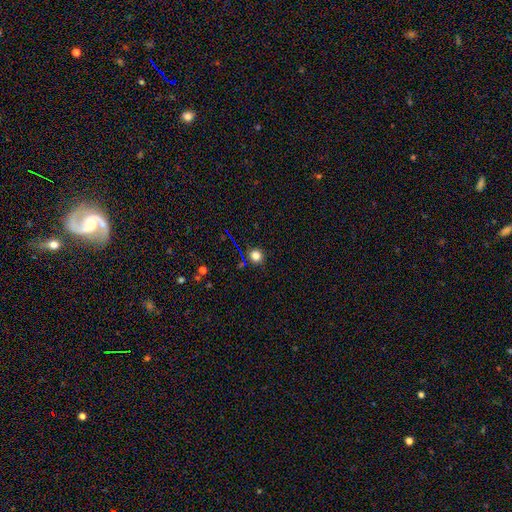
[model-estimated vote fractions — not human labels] smooth_or_featured: smooth (p=0.76) [alt: star or artifact p=0.17]
how_rounded: round (p=0.92) [alt: in between p=0.07]
merging: none (p=0.86) [alt: minor disturbance p=0.08]